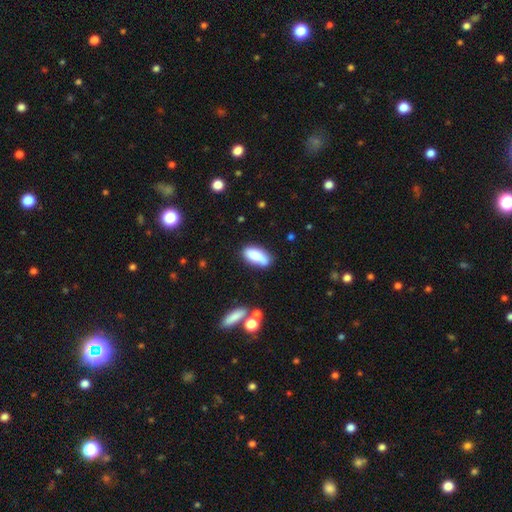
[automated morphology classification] smooth-or-featured: smooth: 78% | featured or disk: 15% | star or artifact: 7%
  how-rounded: in between: 82% | cigar-shaped: 15% | round: 3%
  merging: none: 69% | minor disturbance: 20% | merger: 7% | major disturbance: 5%